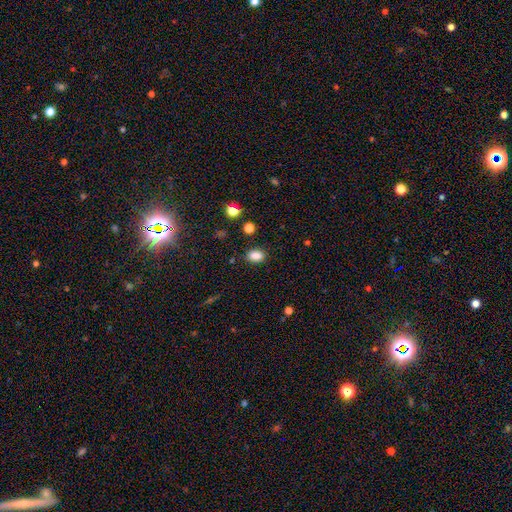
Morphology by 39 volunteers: This is clearly a smooth galaxy (92%). How rounded: clearly in between (94%). Merging: clearly none (89%).